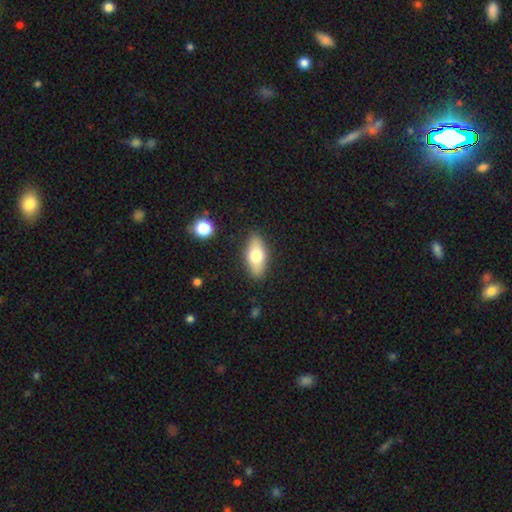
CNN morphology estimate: A smooth galaxy with no disk features (70%) that is in between round and cigar-shaped (87%).

Vote fractions:
- Smooth or featured? smooth: 70% / featured or disk: 23% / star or artifact: 7%
- How rounded? in between: 87% / cigar-shaped: 9% / round: 4%
- Merging? none: 86% / minor disturbance: 10% / major disturbance: 2% / merger: 2%